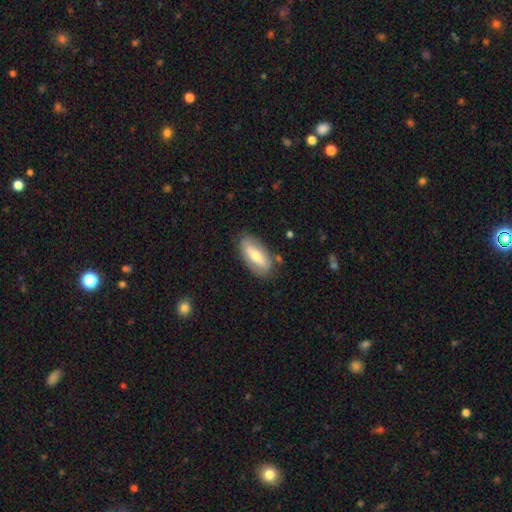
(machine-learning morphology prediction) Smooth or featured? smooth (55%)
How rounded? in between (85%)
Merging? none (80%)